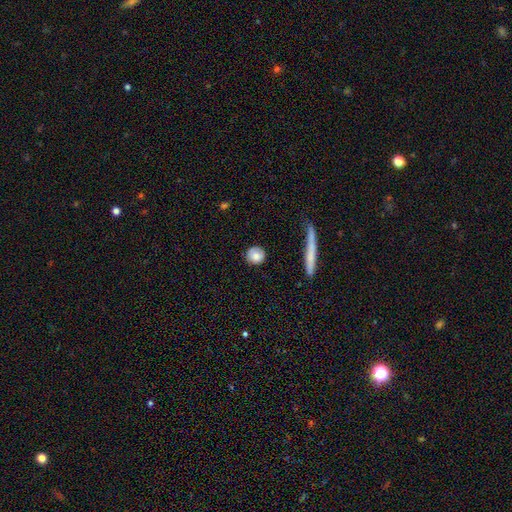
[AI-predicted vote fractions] A smooth galaxy with no disk features (82%) that is round (86%). Merging: none (84%).